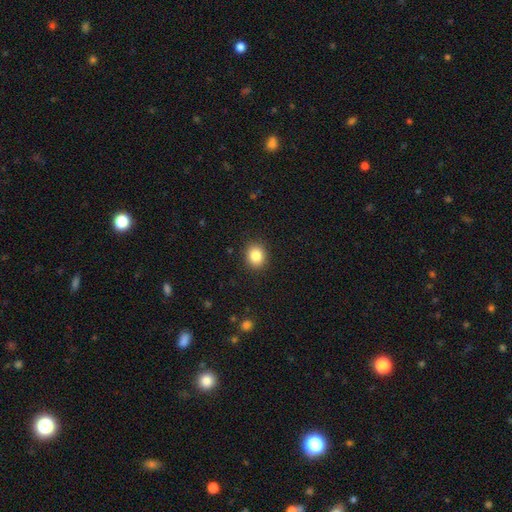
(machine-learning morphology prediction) The model was most divided on "how rounded": round: 66%, in between: 33%, cigar-shaped: 1%. More confident: merging — none (90%); smooth or featured — smooth (85%).